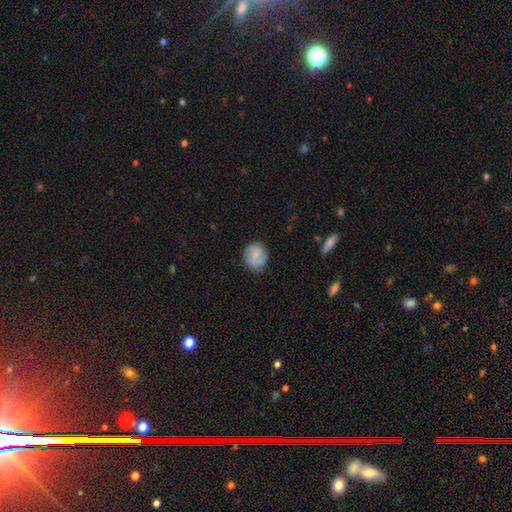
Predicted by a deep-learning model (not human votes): Smooth or featured? Predicted: smooth (p=0.56). How rounded? Predicted: round (p=0.75). Merging? Predicted: none (p=0.73).